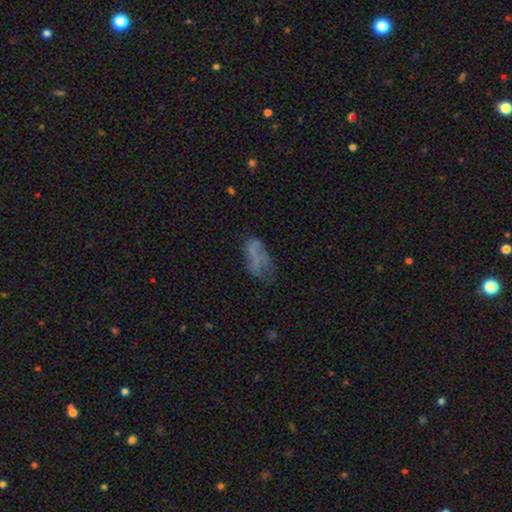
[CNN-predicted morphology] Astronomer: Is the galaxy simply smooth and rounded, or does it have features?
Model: smooth — 51% (runner-up: featured or disk, 32%).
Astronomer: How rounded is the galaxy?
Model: in between — 82%.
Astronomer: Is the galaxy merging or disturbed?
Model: none — 42% (runner-up: major disturbance, 26%).